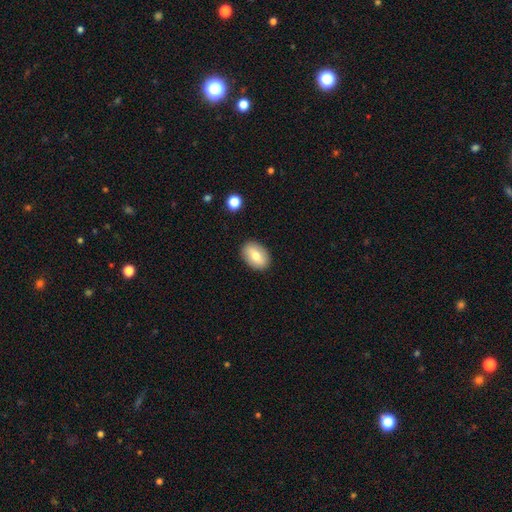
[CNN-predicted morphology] This is likely a smooth galaxy (72%). How rounded: clearly in between (86%). Merging: clearly none (89%).